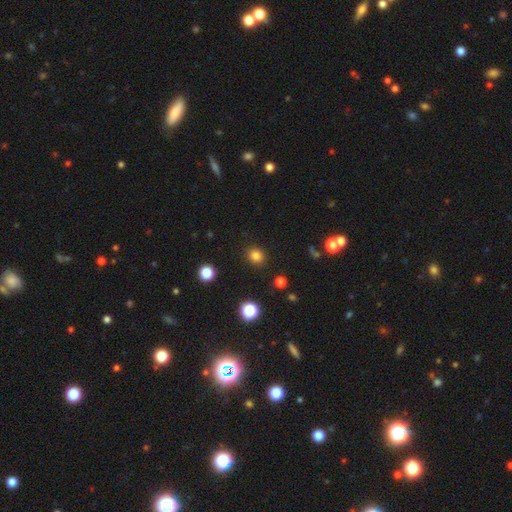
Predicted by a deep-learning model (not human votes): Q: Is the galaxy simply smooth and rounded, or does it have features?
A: smooth — 81%.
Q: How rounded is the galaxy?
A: round — 78%.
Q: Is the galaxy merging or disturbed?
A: none — 90%.